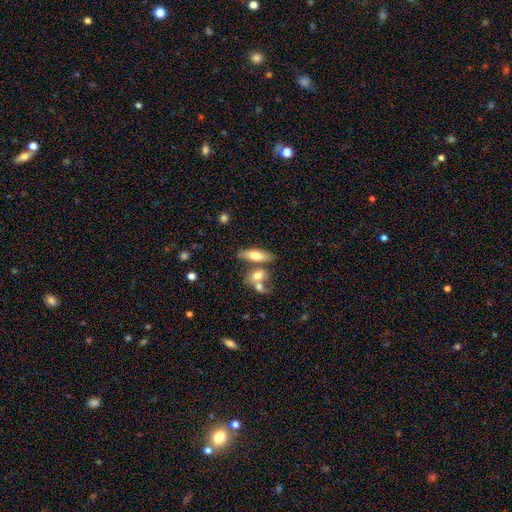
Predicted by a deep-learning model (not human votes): smooth-or-featured: smooth: 64% | featured or disk: 30% | star or artifact: 7%
  how-rounded: in between: 55% | cigar-shaped: 41% | round: 4%
  merging: none: 52% | merger: 31% | minor disturbance: 12% | major disturbance: 5%